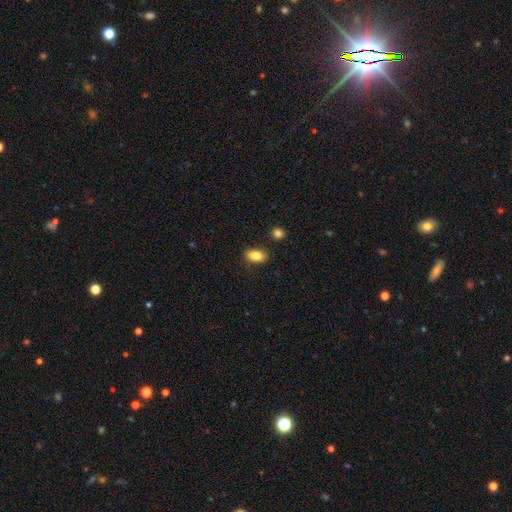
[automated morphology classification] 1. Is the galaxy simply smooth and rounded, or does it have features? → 85% smooth, 8% star or artifact, 7% featured or disk.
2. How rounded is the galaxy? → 89% in between, 8% round, 3% cigar-shaped.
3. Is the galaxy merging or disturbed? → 85% none, 10% minor disturbance, 3% merger, 2% major disturbance.